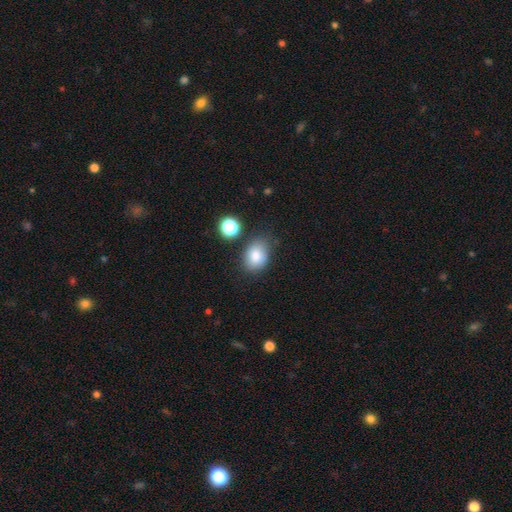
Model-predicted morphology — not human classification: A smooth galaxy with no disk features (83%) that is in between round and cigar-shaped (73%). Merging: none (67%).